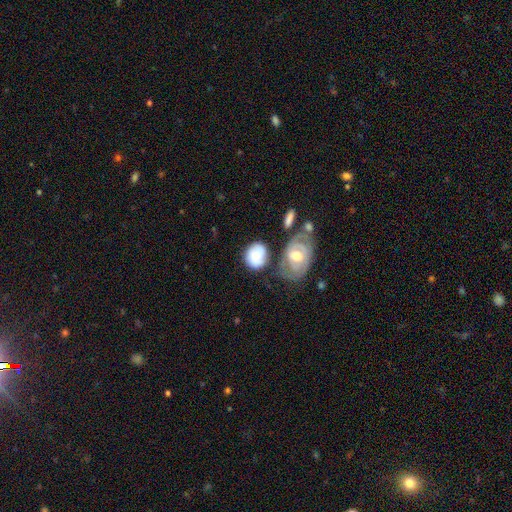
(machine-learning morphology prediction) A smooth galaxy with no disk features (59%) that is round (55%). Merging: none (46%).